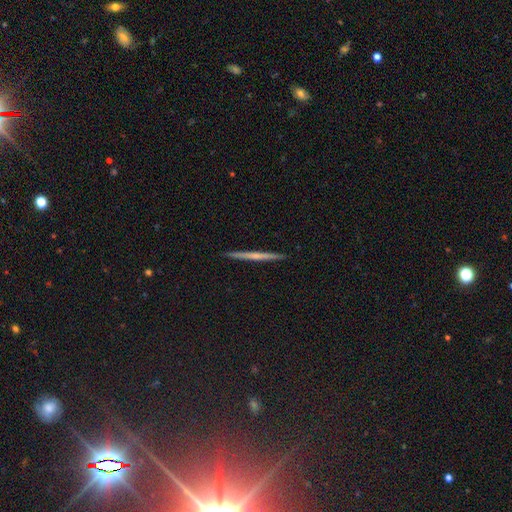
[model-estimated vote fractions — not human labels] Smooth or featured: featured or disk — 56% (smooth — 36%)
Edge-on disk: yes — 98% (no — 2%)
Edge-on bulge: none — 66% (rounded — 28%)
Merging: none — 93% (minor disturbance — 5%)